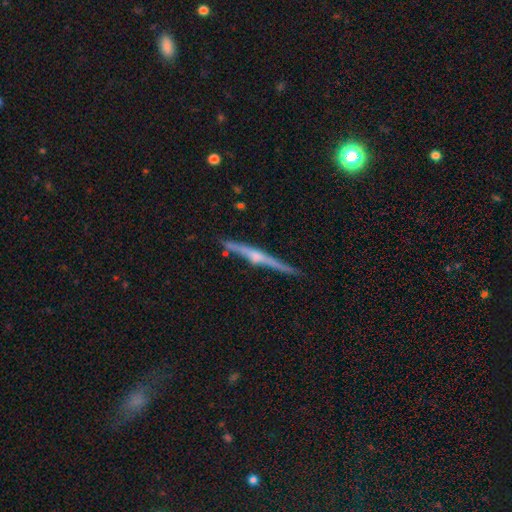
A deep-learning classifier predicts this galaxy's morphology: A featured or disk galaxy (82%) viewed edge-on (98%) with a rounded central bulge (84%).

Vote fractions:
- Smooth or featured? featured or disk: 82% / smooth: 13% / star or artifact: 6%
- Edge-on disk? yes: 98% / no: 2%
- Edge-on bulge? rounded: 84% / none: 9% / boxy: 8%
- Merging? none: 87% / minor disturbance: 9% / merger: 2% / major disturbance: 2%